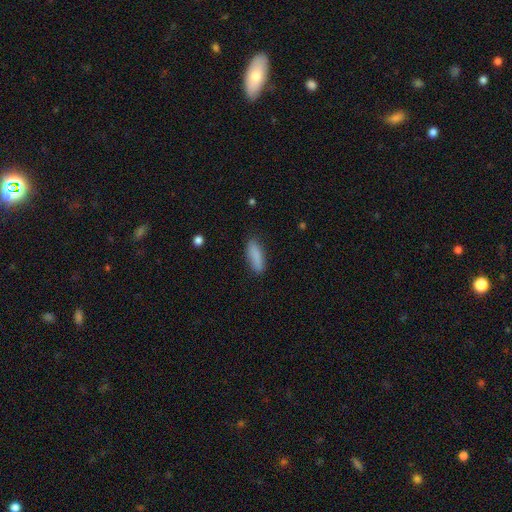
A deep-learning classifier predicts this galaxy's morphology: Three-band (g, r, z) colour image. It shows a smooth galaxy with no disk features (86%) that is in between round and cigar-shaped (51%). Merging: none (83%).